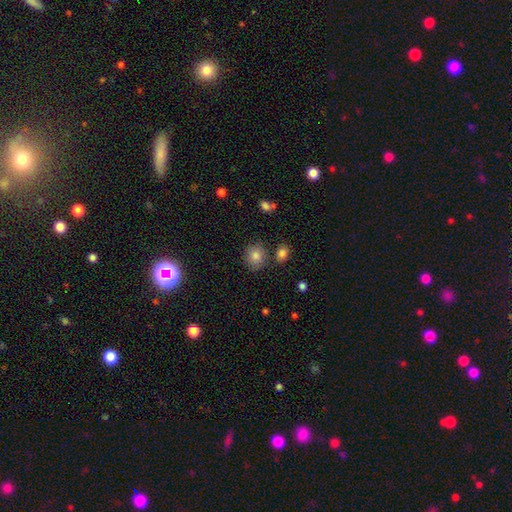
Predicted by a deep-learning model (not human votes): This is clearly a smooth galaxy (83%). How rounded: likely round (76%). Merging: likely none (79%).